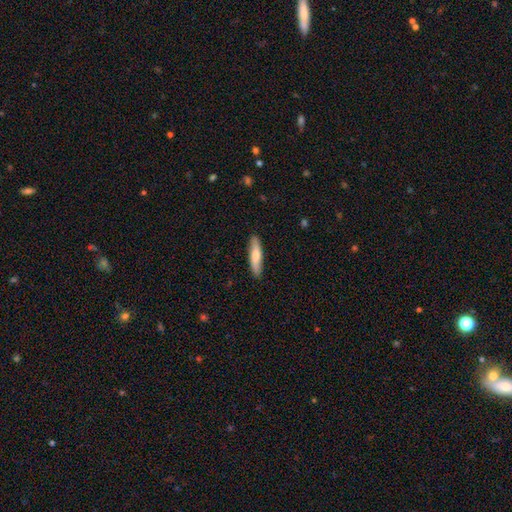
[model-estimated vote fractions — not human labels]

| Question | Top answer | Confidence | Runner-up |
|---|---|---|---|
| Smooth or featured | smooth | 68% | featured or disk (27%) |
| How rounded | cigar-shaped | 80% | in between (19%) |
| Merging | none | 89% | minor disturbance (9%) |